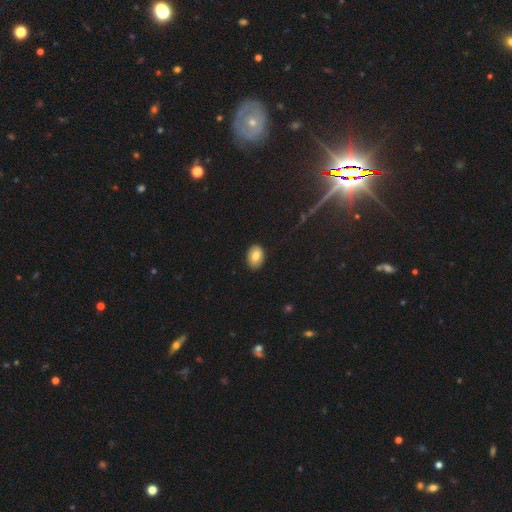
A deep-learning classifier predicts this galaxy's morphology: Smooth or featured?
  - smooth: 79% *
  - featured or disk: 13%
  - star or artifact: 8%
How rounded?
  - in between: 83% *
  - round: 16%
  - cigar-shaped: 1%
Merging?
  - none: 88% *
  - minor disturbance: 9%
  - major disturbance: 2%
  - merger: 1%